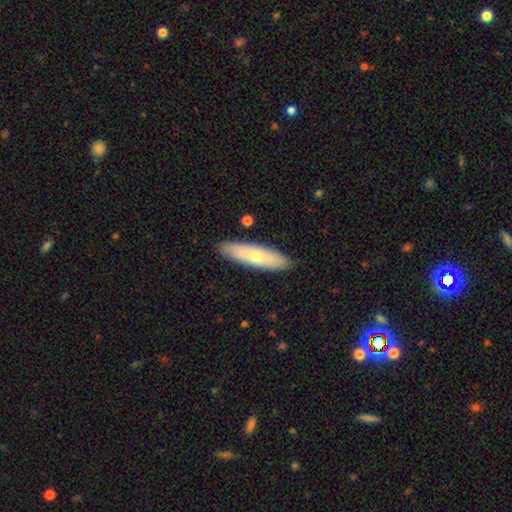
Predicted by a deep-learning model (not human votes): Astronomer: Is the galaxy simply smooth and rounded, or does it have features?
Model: smooth — 62%.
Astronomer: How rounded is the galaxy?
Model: cigar-shaped — 65%.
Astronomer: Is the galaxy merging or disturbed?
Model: none — 88%.